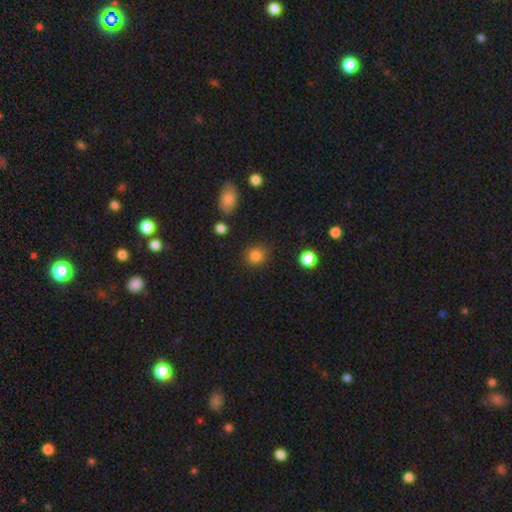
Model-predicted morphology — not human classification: Q: Smooth or featured?
A: smooth (84%); runner-up: star or artifact (11%)
Q: How rounded?
A: round (84%); runner-up: in between (15%)
Q: Merging?
A: none (87%); runner-up: minor disturbance (8%)